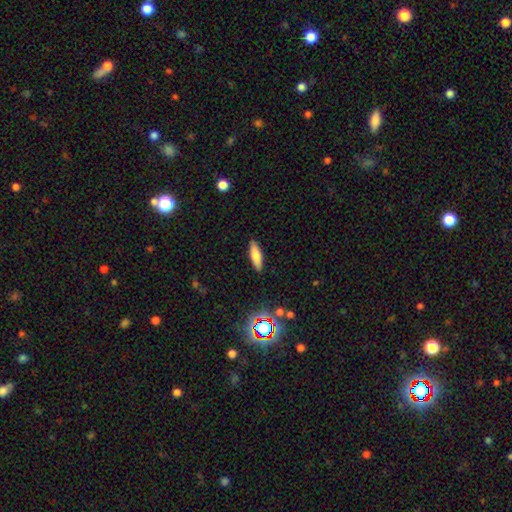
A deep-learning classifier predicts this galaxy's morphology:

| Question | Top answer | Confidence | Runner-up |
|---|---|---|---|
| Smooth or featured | smooth | 74% | featured or disk (18%) |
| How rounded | cigar-shaped | 51% | in between (47%) |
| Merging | none | 88% | minor disturbance (9%) |